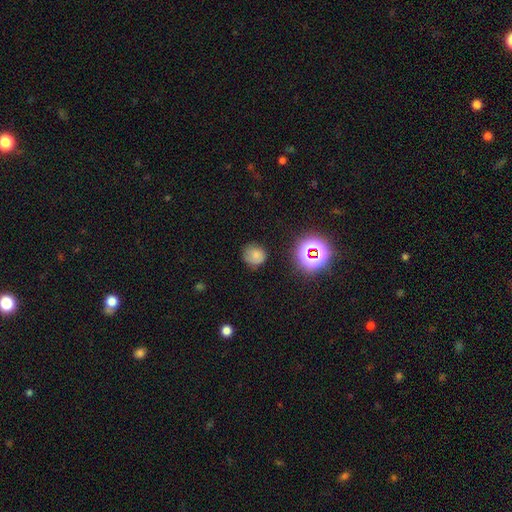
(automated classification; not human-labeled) Morphology: type=smooth (71%); roundness=round (85%); merging=none (75%).